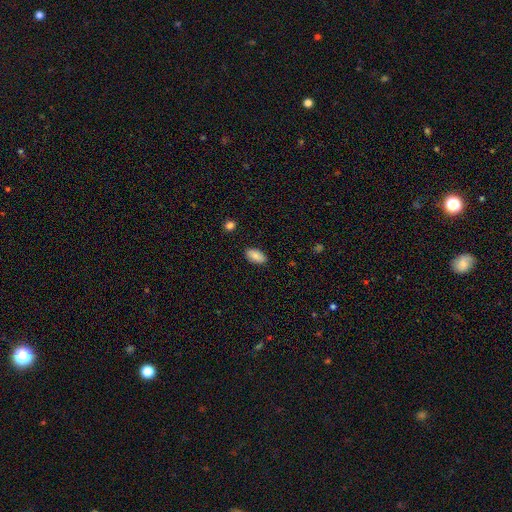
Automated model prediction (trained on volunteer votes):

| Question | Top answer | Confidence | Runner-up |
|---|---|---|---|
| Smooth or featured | smooth | 85% | featured or disk (8%) |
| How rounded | in between | 93% | cigar-shaped (4%) |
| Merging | none | 86% | minor disturbance (10%) |